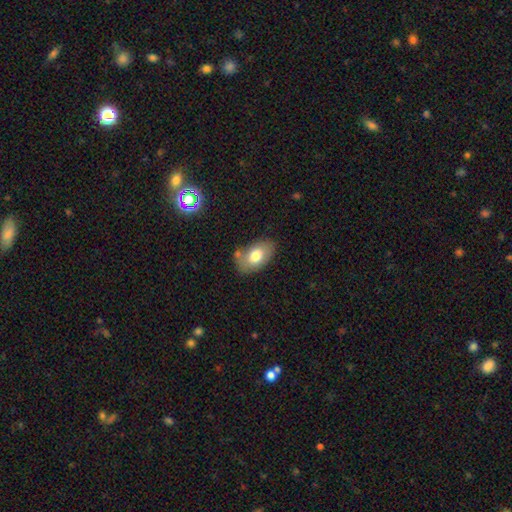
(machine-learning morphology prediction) smooth-or-featured: smooth: 74% | featured or disk: 18% | star or artifact: 8%
  how-rounded: in between: 91% | round: 8% | cigar-shaped: 1%
  merging: none: 70% | minor disturbance: 19% | merger: 7% | major disturbance: 5%